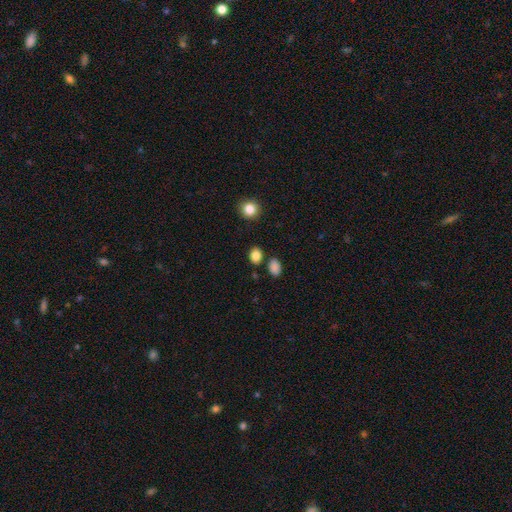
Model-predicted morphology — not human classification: Smooth or featured?
  - smooth: 85% *
  - star or artifact: 11%
  - featured or disk: 4%
How rounded?
  - in between: 59% *
  - round: 40%
  - cigar-shaped: 1%
Merging?
  - none: 81% *
  - minor disturbance: 10%
  - merger: 7%
  - major disturbance: 3%